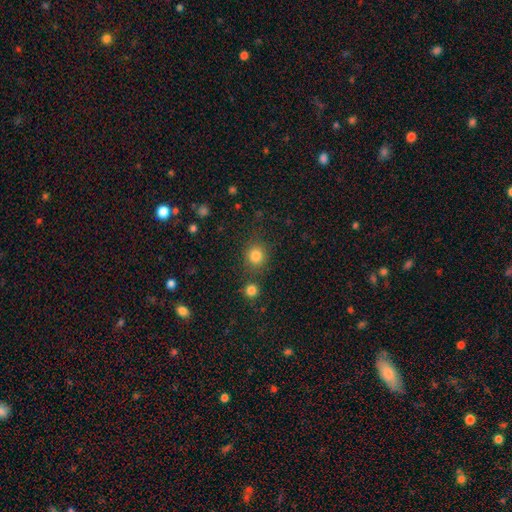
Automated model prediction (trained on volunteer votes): Smooth or featured? Predicted: smooth (p=0.83). How rounded? Predicted: round (p=0.89). Merging? Predicted: none (p=0.80).